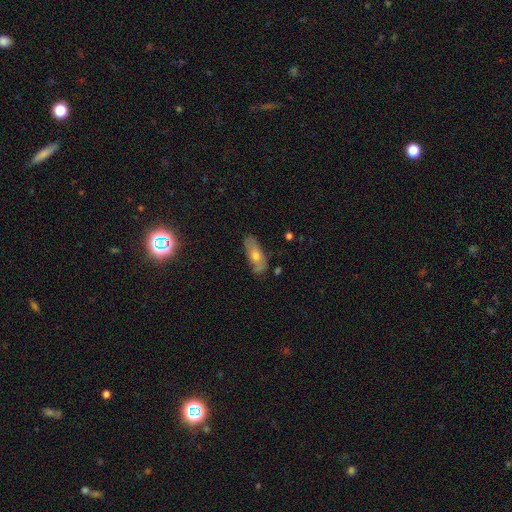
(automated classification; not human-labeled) A smooth galaxy with no disk features (52%) that is in between round and cigar-shaped (71%). Merging: none (74%).